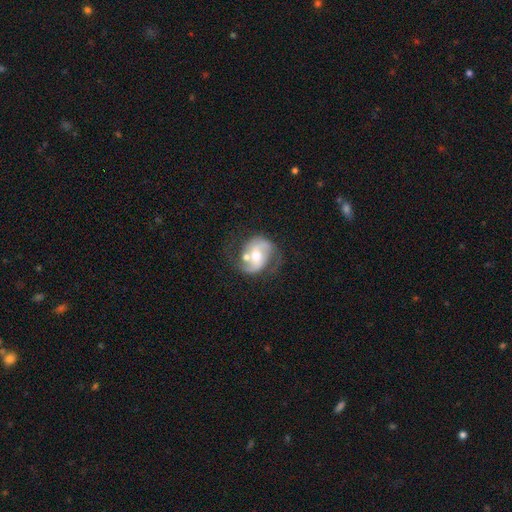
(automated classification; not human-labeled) Morphology: type=featured or disk (80%); edge-on=no (97%); bar=no (42%); spiral arms=yes (91%); winding=medium (48%); arm count=2 (89%); bulge=moderate (68%); merging=none (56%).